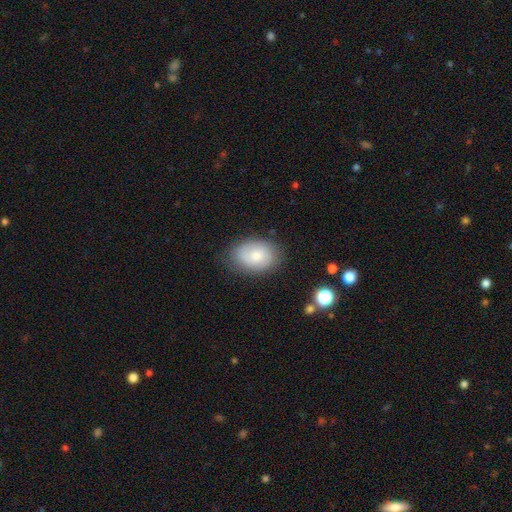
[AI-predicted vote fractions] smooth-or-featured: smooth: 63% | featured or disk: 30% | star or artifact: 8%
  how-rounded: in between: 74% | round: 25% | cigar-shaped: 1%
  merging: none: 77% | minor disturbance: 17% | major disturbance: 4% | merger: 2%